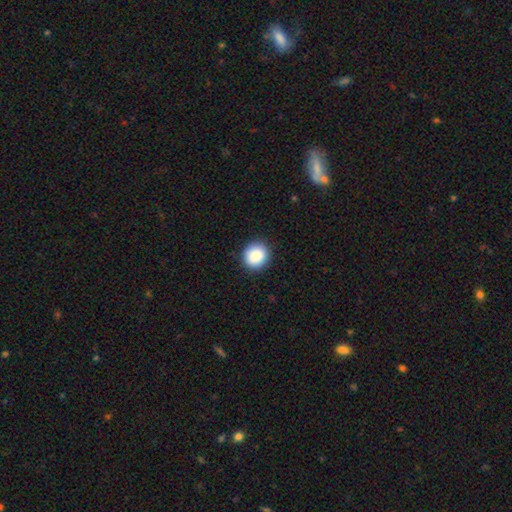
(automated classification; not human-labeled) This is clearly a smooth galaxy (88%). How rounded: clearly round (91%). Merging: clearly none (90%).